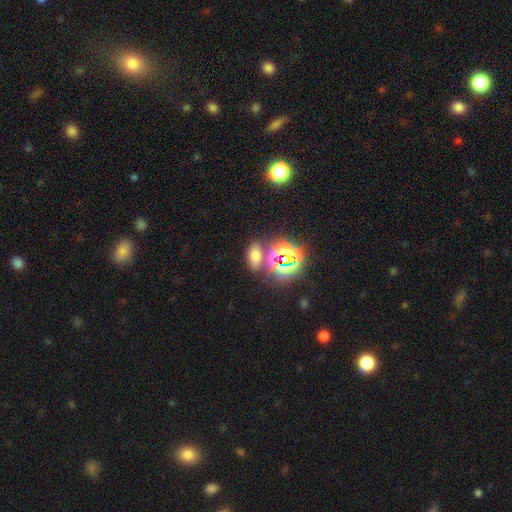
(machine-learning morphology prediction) Smooth or featured? smooth (57%)
How rounded? in between (80%)
Merging? none (68%)